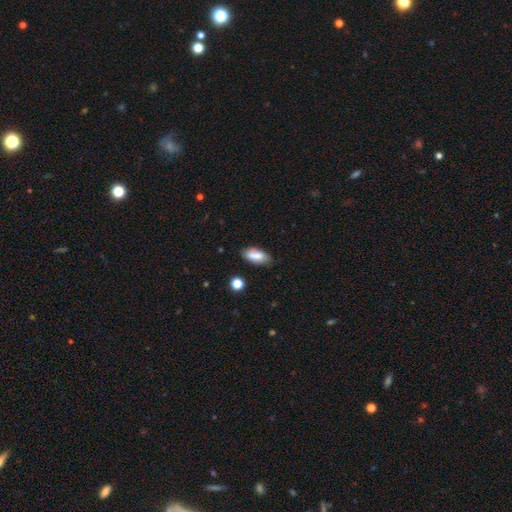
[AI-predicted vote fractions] Smooth or featured? Predicted: smooth (p=0.81). How rounded? Predicted: in between (p=0.85). Merging? Predicted: none (p=0.76).